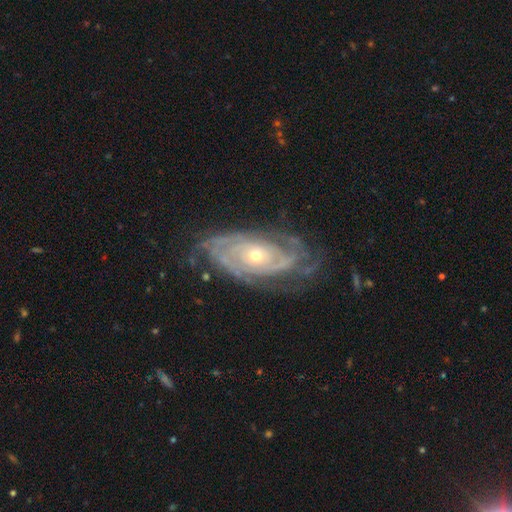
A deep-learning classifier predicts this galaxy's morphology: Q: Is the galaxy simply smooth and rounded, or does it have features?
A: featured or disk — 89%.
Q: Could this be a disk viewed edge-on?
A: no — 94%.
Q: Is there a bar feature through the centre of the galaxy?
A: no — 79%.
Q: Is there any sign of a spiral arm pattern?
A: yes — 96%.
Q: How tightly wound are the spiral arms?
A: tight — 75%.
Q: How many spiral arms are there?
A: can't tell — 32%.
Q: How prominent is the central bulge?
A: small — 54%.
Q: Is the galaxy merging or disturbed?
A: none — 70%.